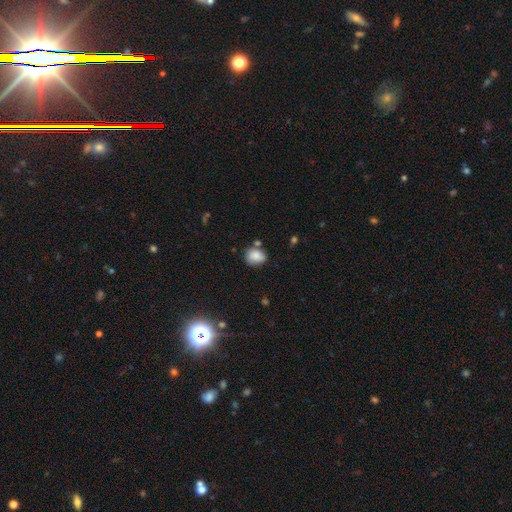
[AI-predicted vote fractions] This is clearly a smooth galaxy (82%). How rounded: possibly round (58%). Merging: likely none (61%).